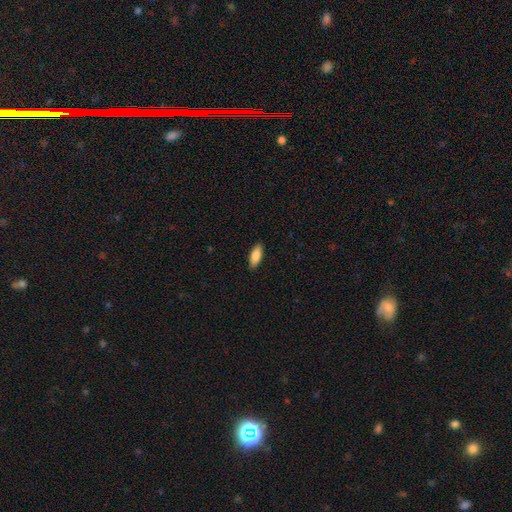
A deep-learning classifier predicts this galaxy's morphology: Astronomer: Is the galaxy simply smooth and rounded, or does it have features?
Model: smooth — 84%.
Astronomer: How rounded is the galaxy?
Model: in between — 73%.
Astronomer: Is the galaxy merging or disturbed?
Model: none — 89%.